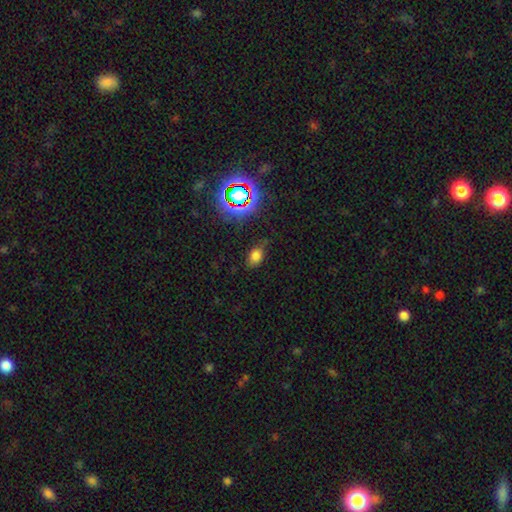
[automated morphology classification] This appears to be a smooth galaxy with no disk features (69%) that is in between round and cigar-shaped (77%). Merging: none (72%).